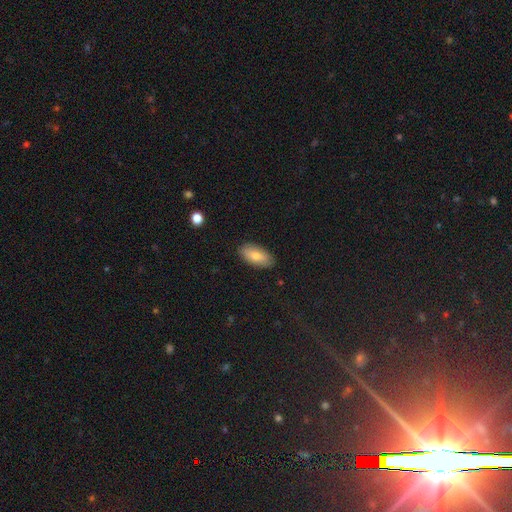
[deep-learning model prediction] The model was most divided on "smooth or featured": smooth: 78%, featured or disk: 16%, star or artifact: 6%. More confident: how rounded — in between (90%); merging — none (86%).